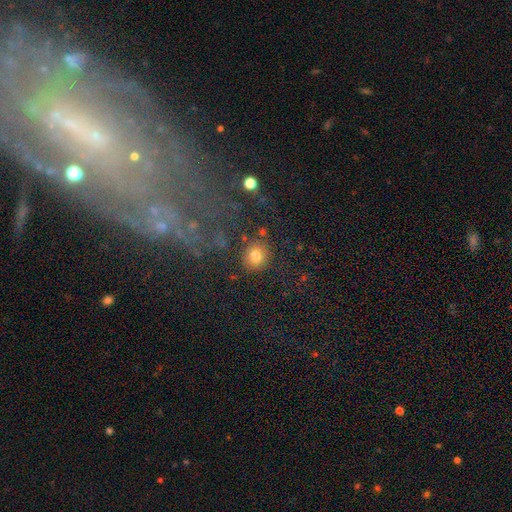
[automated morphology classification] smooth-or-featured: smooth: 78% | star or artifact: 13% | featured or disk: 9%
  how-rounded: round: 80% | in between: 19% | cigar-shaped: 1%
  merging: none: 82% | minor disturbance: 10% | merger: 4% | major disturbance: 4%